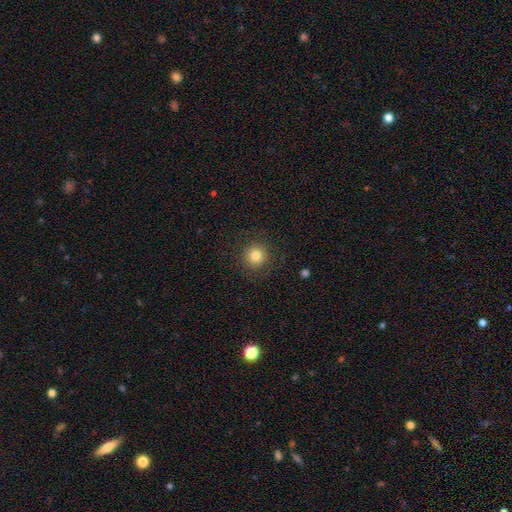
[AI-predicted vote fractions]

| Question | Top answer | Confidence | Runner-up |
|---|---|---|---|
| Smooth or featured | smooth | 81% | star or artifact (12%) |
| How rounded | round | 95% | in between (4%) |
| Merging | none | 89% | minor disturbance (7%) |